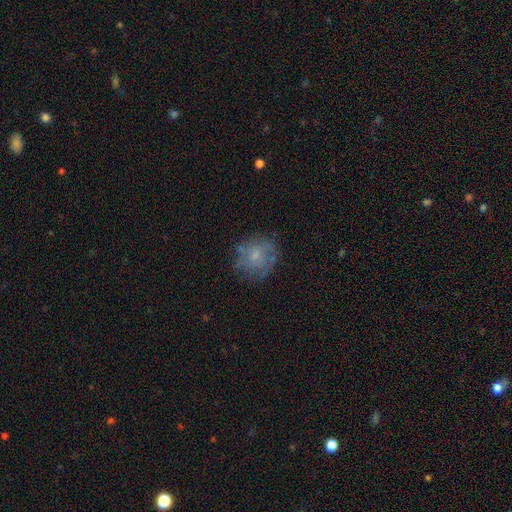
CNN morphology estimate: Q: Smooth or featured?
A: smooth (52%); runner-up: featured or disk (38%)
Q: How rounded?
A: round (78%); runner-up: in between (21%)
Q: Merging?
A: none (67%); runner-up: minor disturbance (21%)